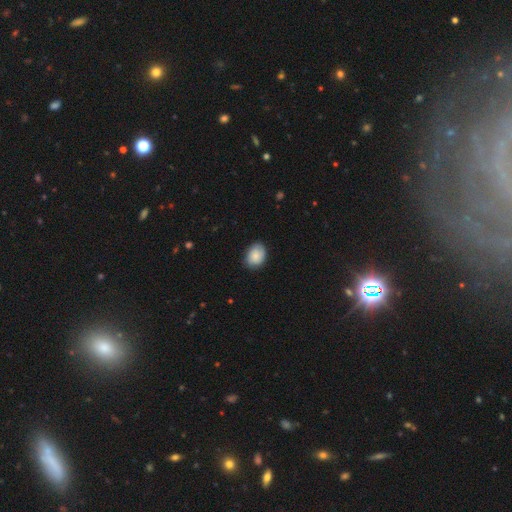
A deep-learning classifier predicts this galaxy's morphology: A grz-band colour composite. It shows a smooth galaxy with no disk features (80%) that is in between round and cigar-shaped (69%). Merging: none (76%).